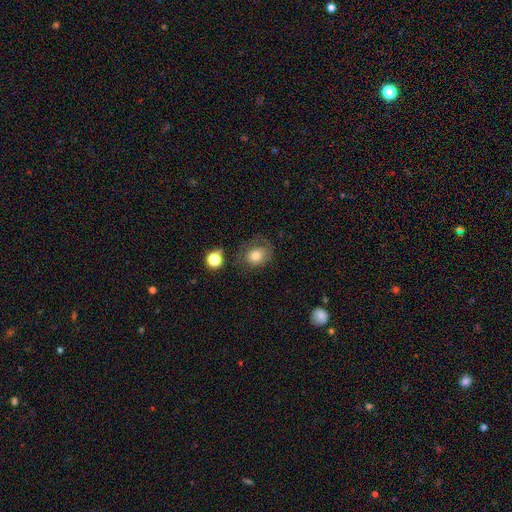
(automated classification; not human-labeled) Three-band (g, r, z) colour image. It shows a smooth galaxy with no disk features (72%) that is round (60%). Merging: none (58%).